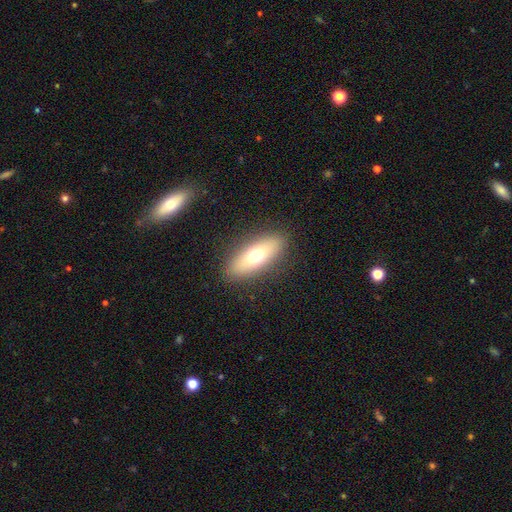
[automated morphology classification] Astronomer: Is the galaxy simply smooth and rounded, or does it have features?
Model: smooth — 65%.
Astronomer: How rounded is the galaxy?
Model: in between — 62%.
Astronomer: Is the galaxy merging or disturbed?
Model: none — 88%.